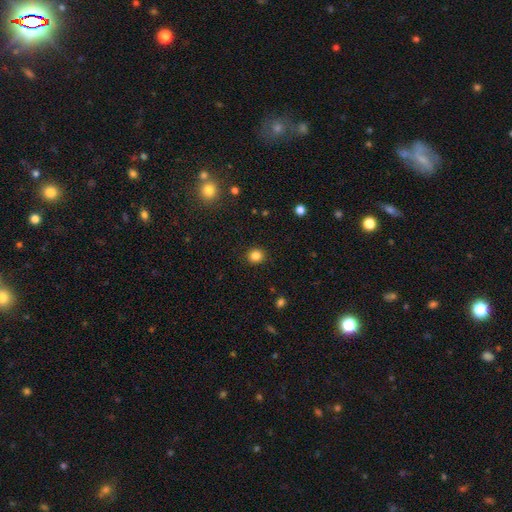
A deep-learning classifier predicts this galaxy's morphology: This appears to be a smooth galaxy with no disk features (84%) that is round (88%). Merging: none (91%).